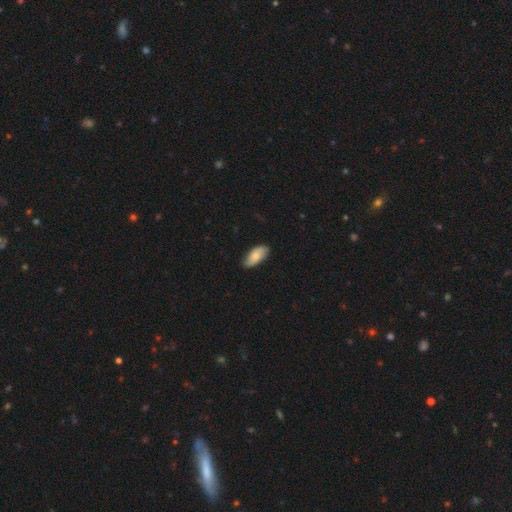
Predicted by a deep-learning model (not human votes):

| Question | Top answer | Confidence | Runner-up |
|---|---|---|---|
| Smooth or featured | smooth | 72% | featured or disk (22%) |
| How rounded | in between | 90% | cigar-shaped (8%) |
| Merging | none | 81% | minor disturbance (16%) |